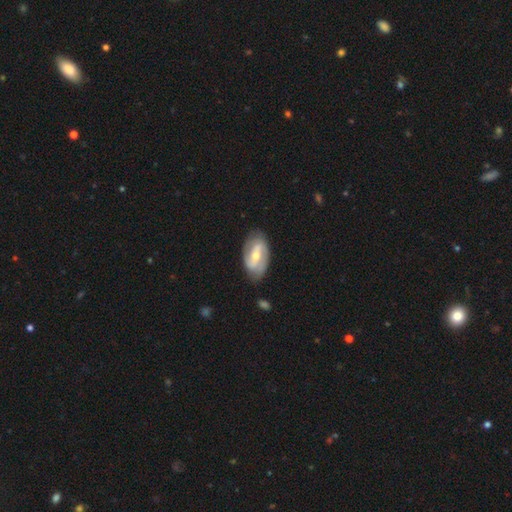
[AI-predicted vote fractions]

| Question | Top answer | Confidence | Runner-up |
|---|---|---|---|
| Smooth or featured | featured or disk | 75% | smooth (20%) |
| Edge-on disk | no | 95% | yes (5%) |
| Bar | strong | 45% | weak (36%) |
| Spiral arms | yes | 83% | no (17%) |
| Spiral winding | medium | 40% | loose (30%) |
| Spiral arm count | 2 | 85% | can't tell (9%) |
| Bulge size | moderate | 54% | small (42%) |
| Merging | none | 78% | minor disturbance (16%) |